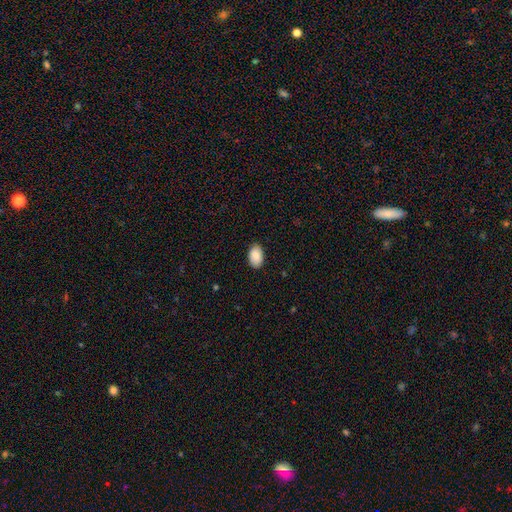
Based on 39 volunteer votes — smooth_or_featured: smooth (p=0.90) [alt: featured or disk p=0.05]
how_rounded: in between (p=0.97) [alt: round p=0.03]
merging: none (p=0.86) [alt: minor disturbance p=0.14]